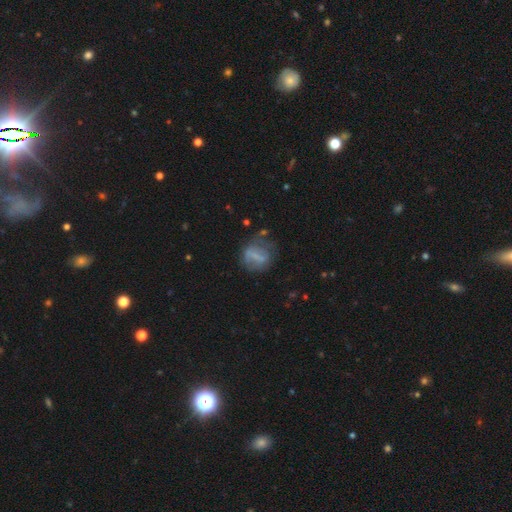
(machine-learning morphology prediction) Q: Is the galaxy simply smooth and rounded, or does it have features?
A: smooth — 47%.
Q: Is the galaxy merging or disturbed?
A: none — 53%.